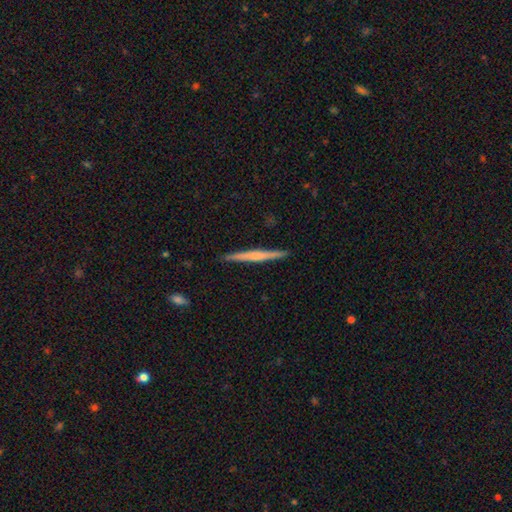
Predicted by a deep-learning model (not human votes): Q: Smooth or featured?
A: featured or disk (52%); runner-up: smooth (42%)
Q: Edge-on disk?
A: yes (98%); runner-up: no (2%)
Q: Edge-on bulge?
A: none (58%); runner-up: rounded (29%)
Q: Merging?
A: none (91%); runner-up: minor disturbance (7%)